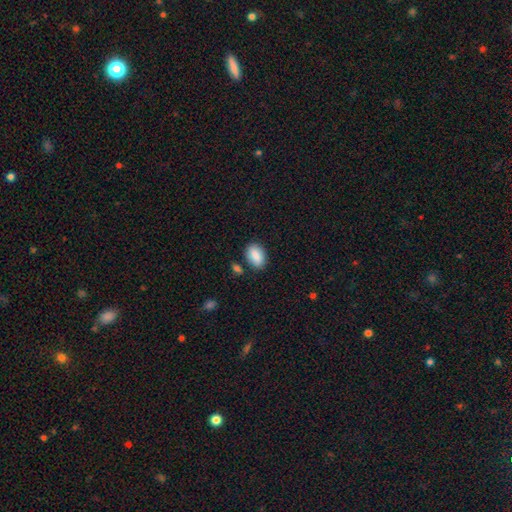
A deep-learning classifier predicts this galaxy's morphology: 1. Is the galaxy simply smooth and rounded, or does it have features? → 87% smooth, 7% star or artifact, 6% featured or disk.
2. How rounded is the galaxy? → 88% in between, 10% round, 2% cigar-shaped.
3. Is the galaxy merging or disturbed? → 79% none, 12% minor disturbance, 6% merger, 3% major disturbance.